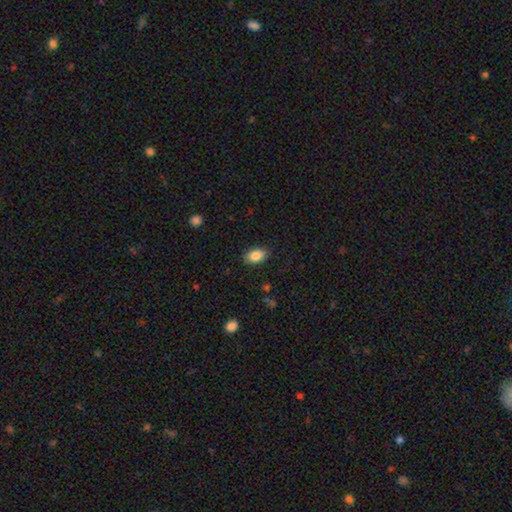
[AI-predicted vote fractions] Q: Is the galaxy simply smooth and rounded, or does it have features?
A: smooth — 87%.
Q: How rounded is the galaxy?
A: in between — 89%.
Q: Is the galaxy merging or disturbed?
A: none — 87%.